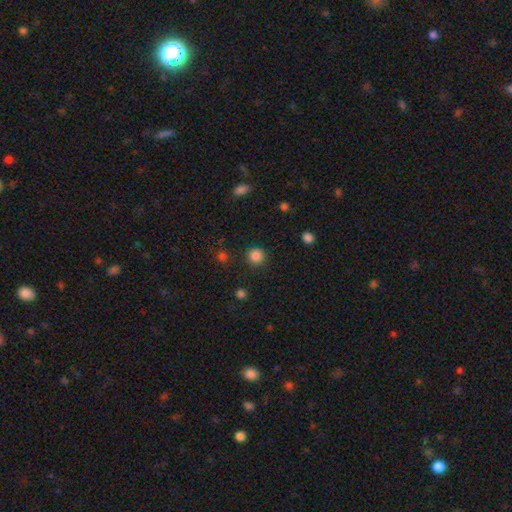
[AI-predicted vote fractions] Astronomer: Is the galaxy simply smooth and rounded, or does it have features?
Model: smooth — 84%.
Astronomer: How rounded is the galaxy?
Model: round — 94%.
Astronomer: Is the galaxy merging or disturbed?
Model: none — 88%.